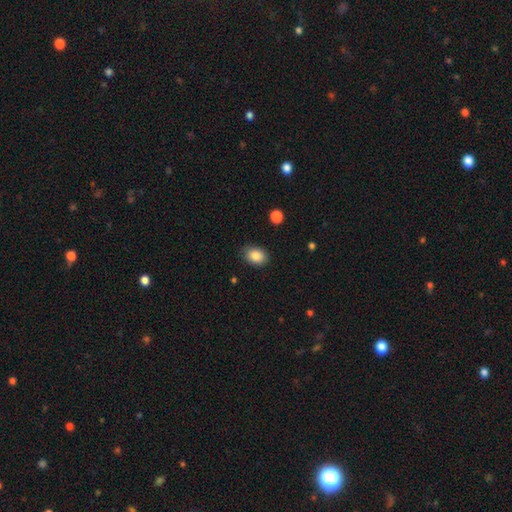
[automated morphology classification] Smooth or featured: smooth — 87% (star or artifact — 8%)
How rounded: in between — 75% (round — 24%)
Merging: none — 83% (minor disturbance — 13%)